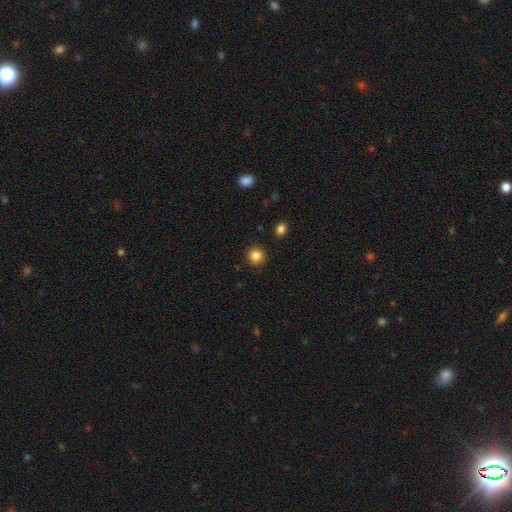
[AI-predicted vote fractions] Morphology: type=smooth (85%); roundness=round (93%); merging=none (92%).